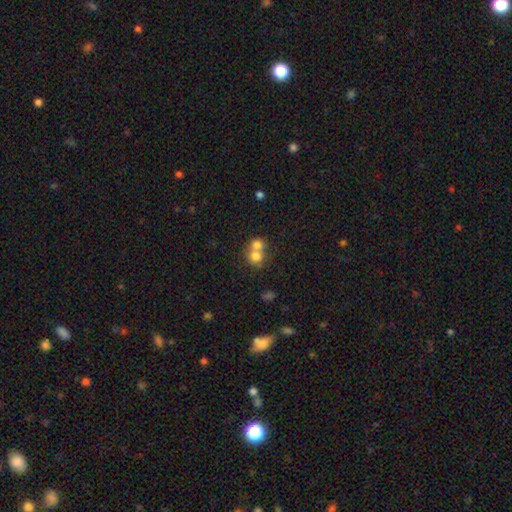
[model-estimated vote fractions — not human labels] Smooth or featured? Predicted: smooth (p=0.75). How rounded? Predicted: round (p=0.79). Merging? Predicted: merger (p=0.65).